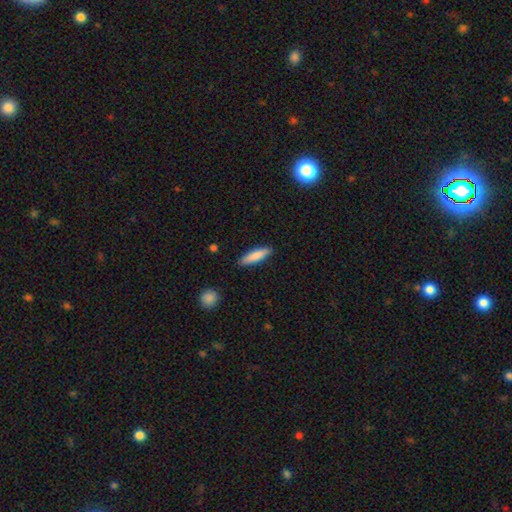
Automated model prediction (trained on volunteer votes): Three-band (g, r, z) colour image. It shows a smooth galaxy with no disk features (82%) that is cigar-shaped (73%). Merging: none (88%).